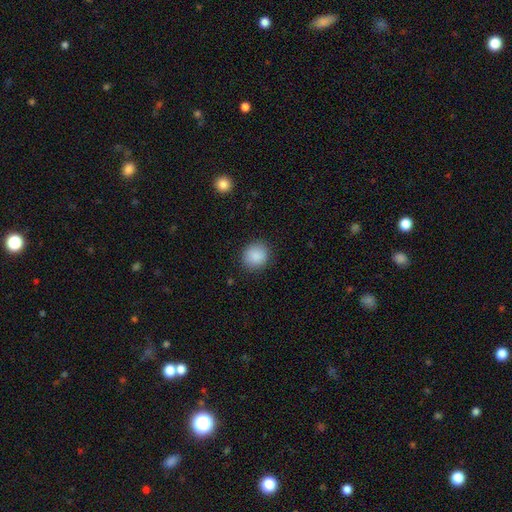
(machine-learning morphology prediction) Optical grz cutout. It shows a smooth galaxy with no disk features (88%) that is round (83%). Merging: none (88%).